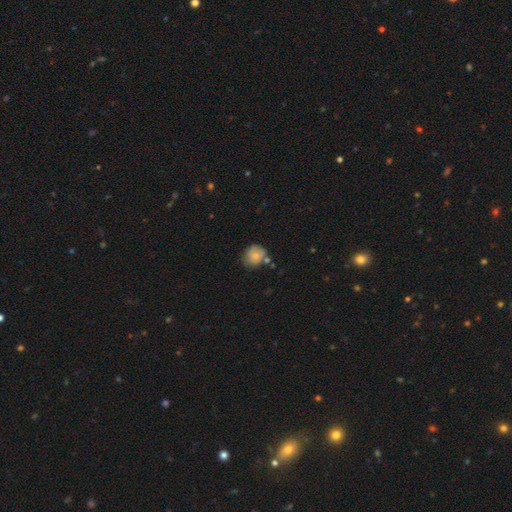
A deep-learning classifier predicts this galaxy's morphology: This is likely a smooth galaxy (76%). How rounded: likely round (76%). Merging: possibly none (58%).